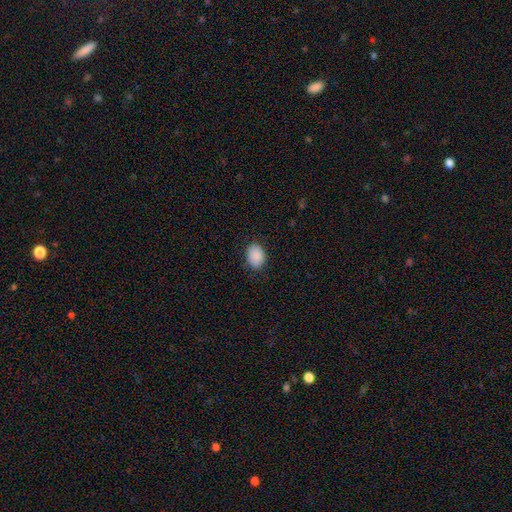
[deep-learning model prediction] Smooth or featured?
  - smooth: 89% *
  - star or artifact: 7%
  - featured or disk: 4%
How rounded?
  - in between: 78% *
  - round: 21%
  - cigar-shaped: 1%
Merging?
  - none: 83% *
  - minor disturbance: 13%
  - major disturbance: 3%
  - merger: 1%